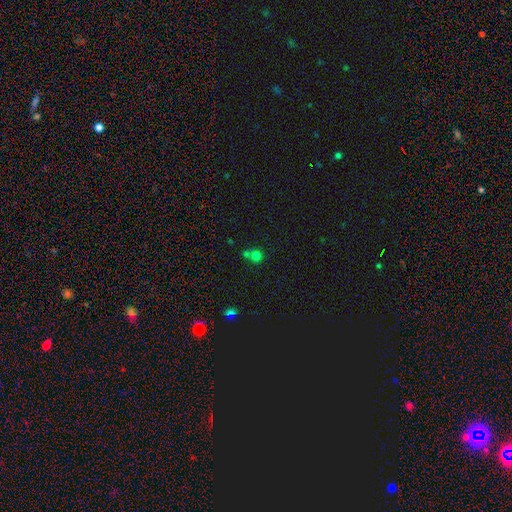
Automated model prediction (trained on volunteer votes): A smooth galaxy with no disk features (72%) that is round (85%).

Vote fractions:
- Smooth or featured? smooth: 72% / star or artifact: 19% / featured or disk: 9%
- How rounded? round: 85% / in between: 14% / cigar-shaped: 1%
- Merging? none: 50% / merger: 38% / minor disturbance: 8% / major disturbance: 4%